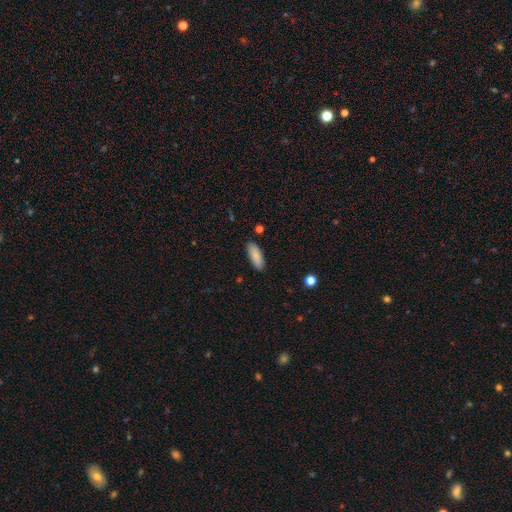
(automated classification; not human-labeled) The model was most divided on "how rounded": in between: 73%, cigar-shaped: 25%, round: 2%. More confident: merging — none (88%); smooth or featured — smooth (87%).